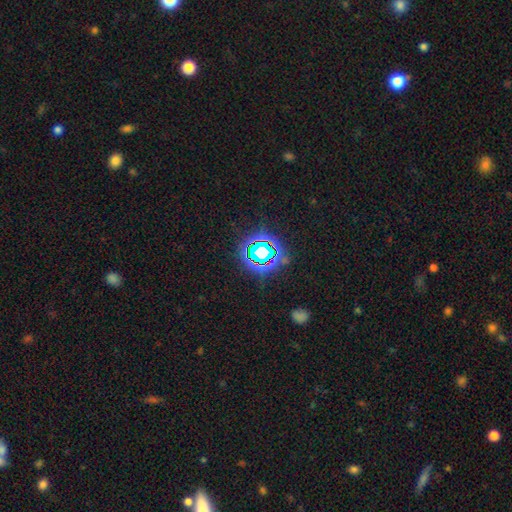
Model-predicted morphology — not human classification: smooth_or_featured: star or artifact (p=0.76) [alt: smooth p=0.15]